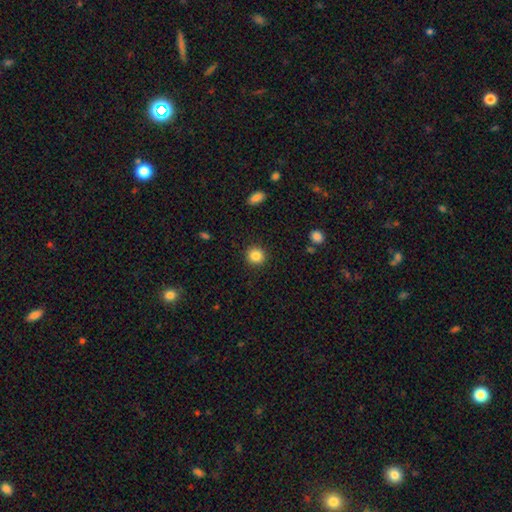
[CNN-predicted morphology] type=smooth (85%); roundness=round (92%); merging=none (91%).